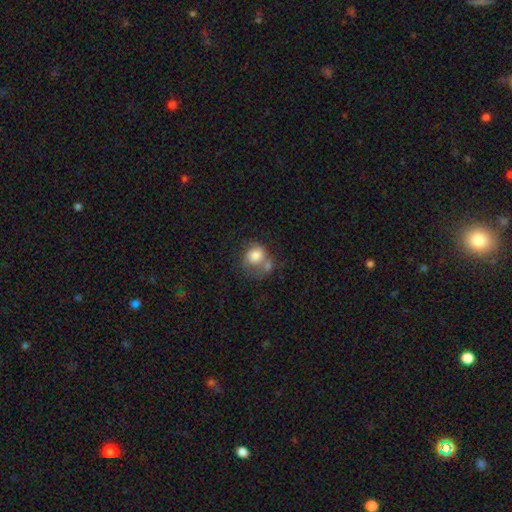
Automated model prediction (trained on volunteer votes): A smooth galaxy with no disk features (76%) that is round (70%). Merging: merger (40%).